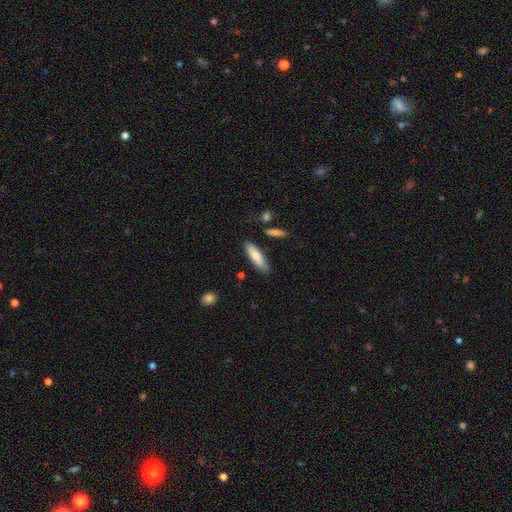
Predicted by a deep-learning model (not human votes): A smooth galaxy with no disk features (76%) that is cigar-shaped (60%). Merging: none (80%).